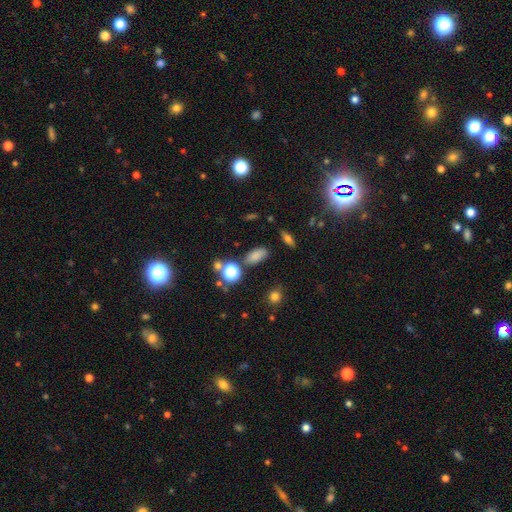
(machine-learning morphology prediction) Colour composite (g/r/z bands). It shows a smooth galaxy with no disk features (75%) that is in between round and cigar-shaped (82%). Merging: none (79%).